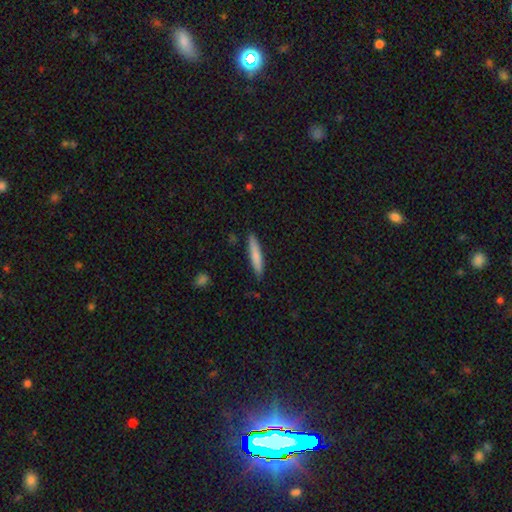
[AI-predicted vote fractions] Smooth or featured: smooth — 77% (featured or disk — 18%)
How rounded: cigar-shaped — 91% (in between — 8%)
Merging: none — 87% (minor disturbance — 10%)